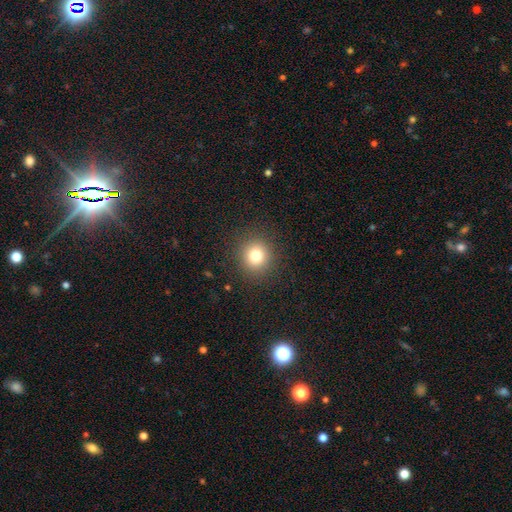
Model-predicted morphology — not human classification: smooth 78%, star or artifact 14%, featured or disk 8%. Down the decision tree: how rounded — round (89%); merging — none (90%).